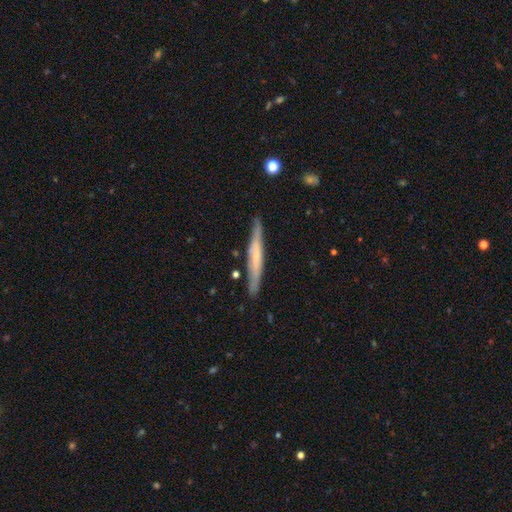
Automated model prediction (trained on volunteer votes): A featured or disk galaxy (53%) viewed edge-on (94%).

Vote fractions:
- Smooth or featured? featured or disk: 53% / smooth: 41% / star or artifact: 6%
- Edge-on disk? yes: 94% / no: 6%
- Merging? none: 86% / minor disturbance: 10% / merger: 2% / major disturbance: 2%